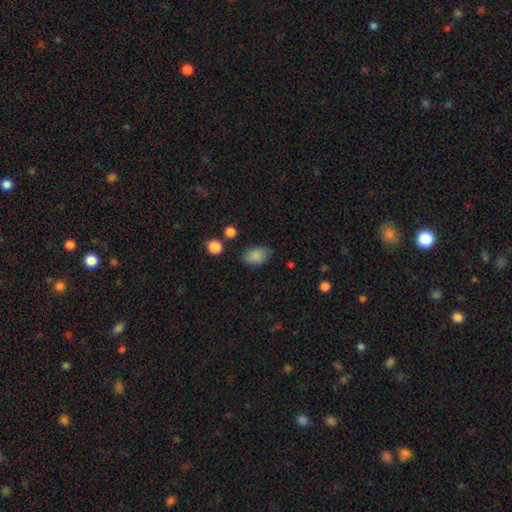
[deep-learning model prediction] smooth 86%, star or artifact 8%, featured or disk 5%. Down the decision tree: how rounded — in between (83%); merging — none (78%).